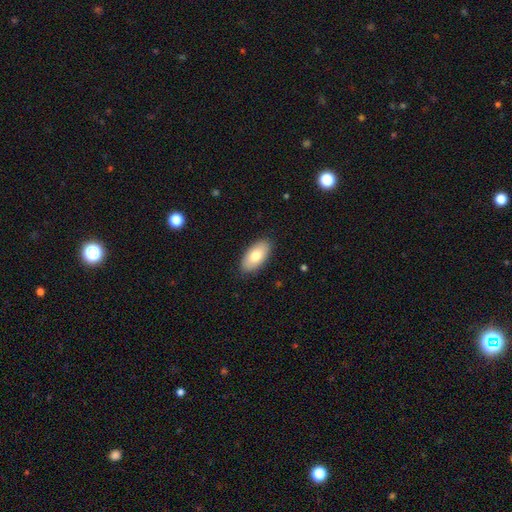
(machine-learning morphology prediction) Q: Smooth or featured?
A: smooth (78%); runner-up: featured or disk (16%)
Q: How rounded?
A: in between (94%); runner-up: cigar-shaped (4%)
Q: Merging?
A: none (87%); runner-up: minor disturbance (10%)